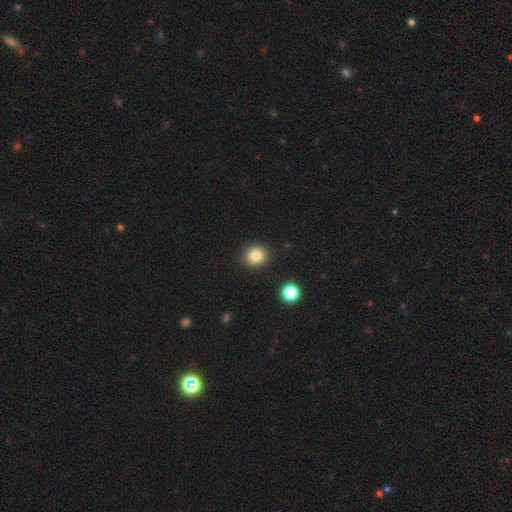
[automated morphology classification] This is clearly a smooth galaxy (83%). How rounded: clearly round (82%). Merging: clearly none (89%).